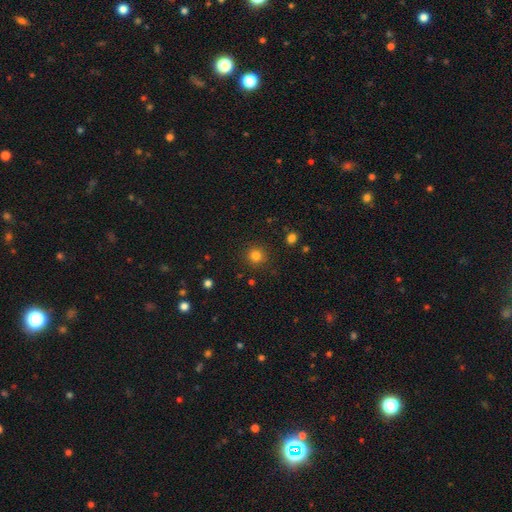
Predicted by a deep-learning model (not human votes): The model was most divided on "smooth or featured": smooth: 81%, star or artifact: 14%, featured or disk: 5%. More confident: how rounded — round (93%); merging — none (89%).